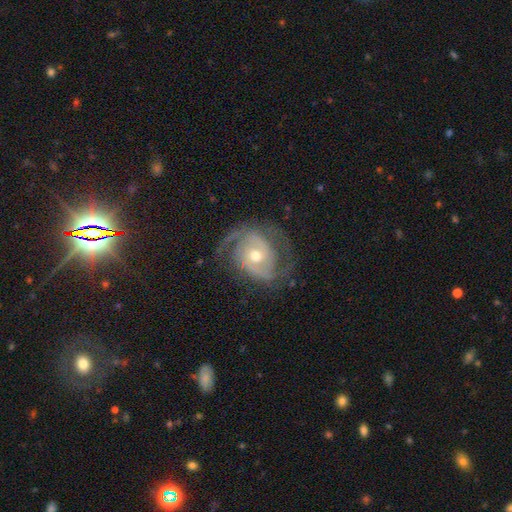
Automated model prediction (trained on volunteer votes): This appears to be a featured or disk galaxy (88%) with no bar (61%), 2 (73%) medium (46%) spiral arms (96%) and a moderate central bulge (67%). Merging: none (71%).